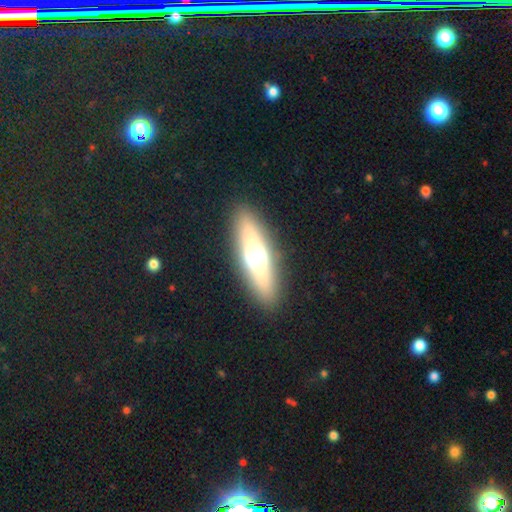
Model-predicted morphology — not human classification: smooth_or_featured: featured or disk (p=0.48) [alt: smooth p=0.43]
merging: none (p=0.89) [alt: minor disturbance p=0.07]